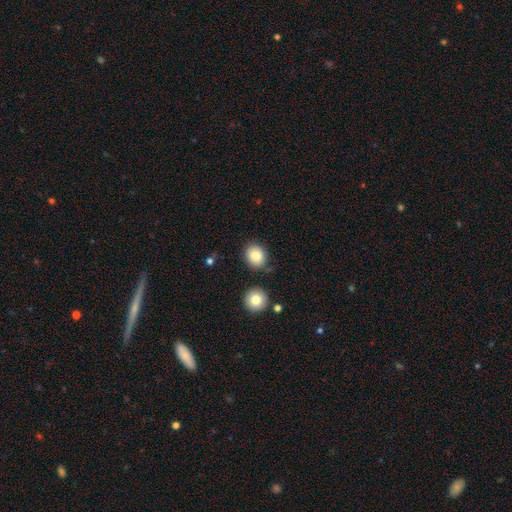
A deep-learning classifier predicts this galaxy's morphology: This is clearly a smooth galaxy (83%). How rounded: likely round (67%). Merging: likely none (78%).